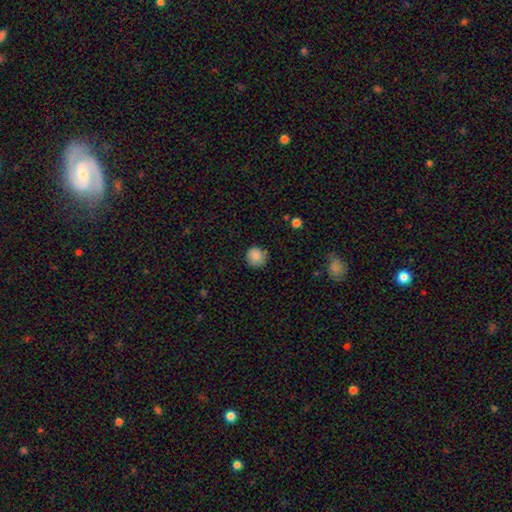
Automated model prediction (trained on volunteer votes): This appears to be a smooth galaxy with no disk features (86%) that is round (91%). Merging: none (83%).